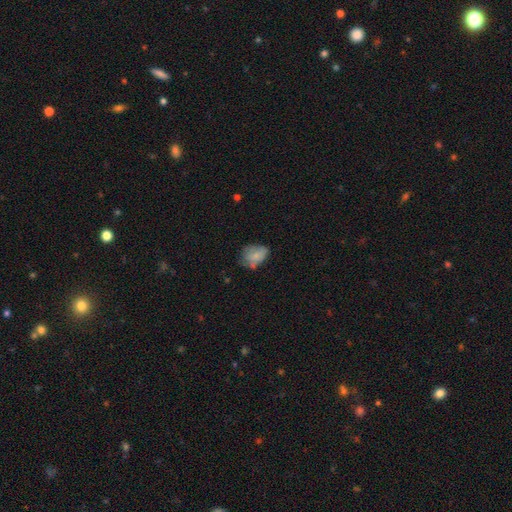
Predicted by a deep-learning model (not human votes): Overall: smooth (72%). How rounded: in between (72%). Merging: none (43%; minor disturbance 36%).